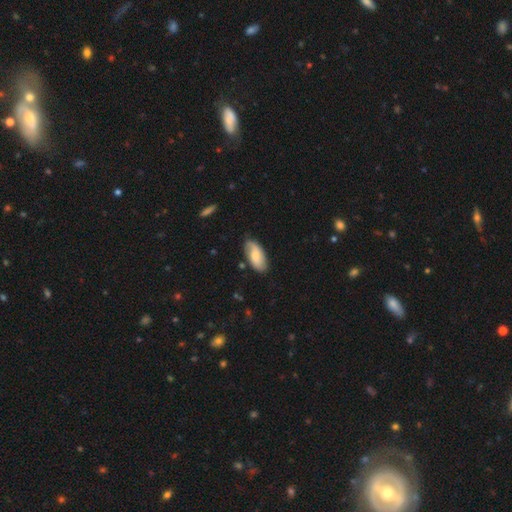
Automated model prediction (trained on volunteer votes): A smooth galaxy with no disk features (55%) that is in between round and cigar-shaped (92%).

Vote fractions:
- Smooth or featured? smooth: 55% / featured or disk: 38% / star or artifact: 6%
- How rounded? in between: 92% / cigar-shaped: 6% / round: 2%
- Merging? none: 76% / minor disturbance: 18% / major disturbance: 4% / merger: 2%